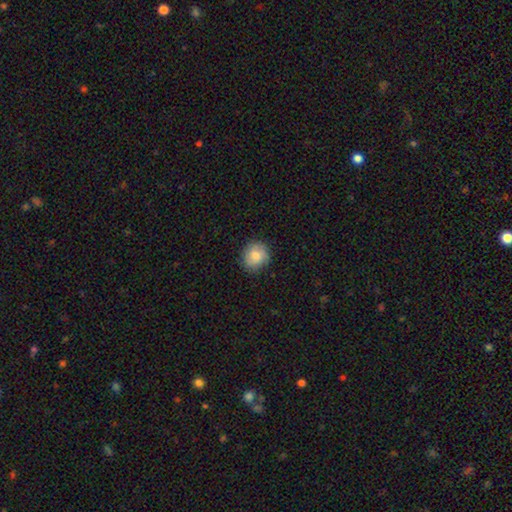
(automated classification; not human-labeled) Q: Smooth or featured?
A: smooth (82%); runner-up: featured or disk (10%)
Q: How rounded?
A: round (82%); runner-up: in between (17%)
Q: Merging?
A: none (83%); runner-up: minor disturbance (13%)